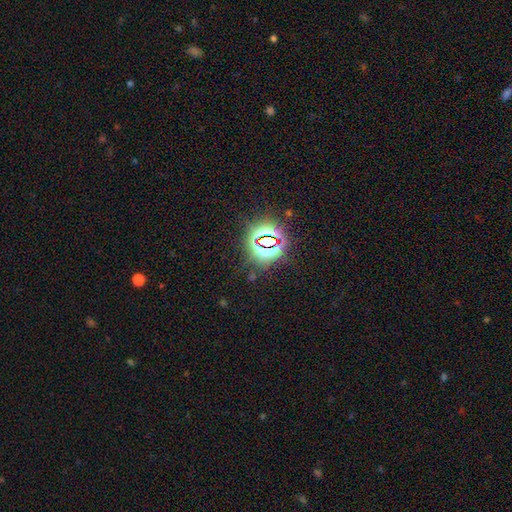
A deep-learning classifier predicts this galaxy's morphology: Smooth or featured?
  - star or artifact: 82% *
  - smooth: 11%
  - featured or disk: 7%